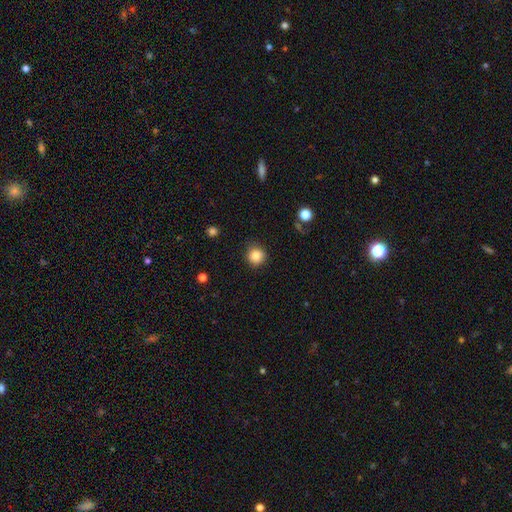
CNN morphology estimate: A smooth galaxy with no disk features (85%) that is round (91%). Merging: none (83%).